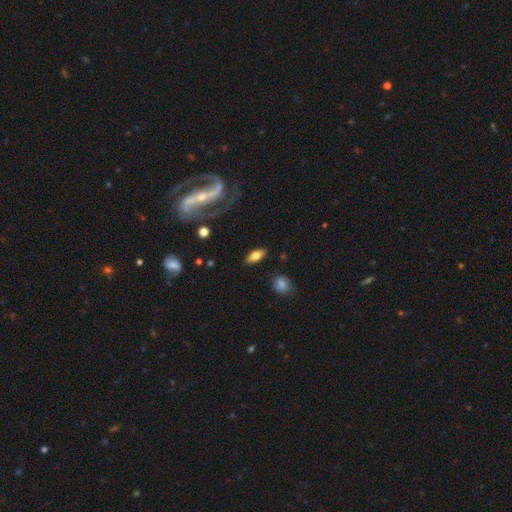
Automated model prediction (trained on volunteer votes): Smooth or featured? Predicted: smooth (p=0.68). How rounded? Predicted: in between (p=0.81). Merging? Predicted: none (p=0.85).